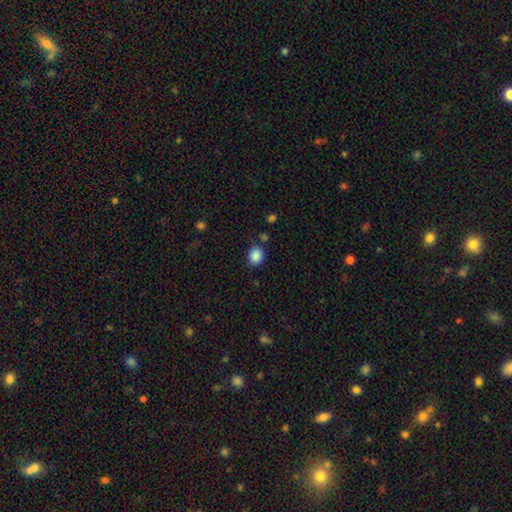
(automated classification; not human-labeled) Smooth or featured? smooth (87%)
How rounded? round (62%)
Merging? none (76%)